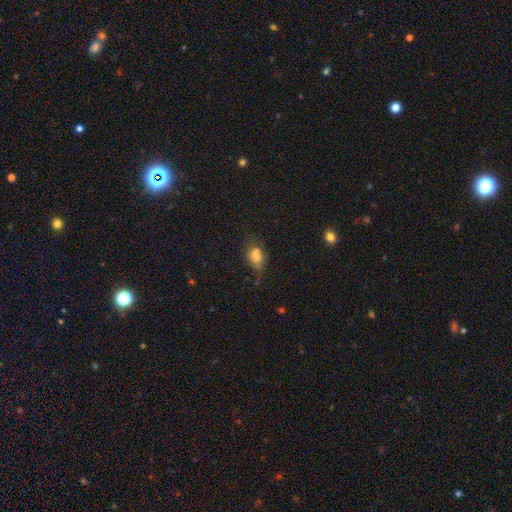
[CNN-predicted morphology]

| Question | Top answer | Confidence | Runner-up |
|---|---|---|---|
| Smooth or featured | smooth | 72% | featured or disk (15%) |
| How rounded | in between | 78% | round (19%) |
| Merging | none | 39% | minor disturbance (31%) |